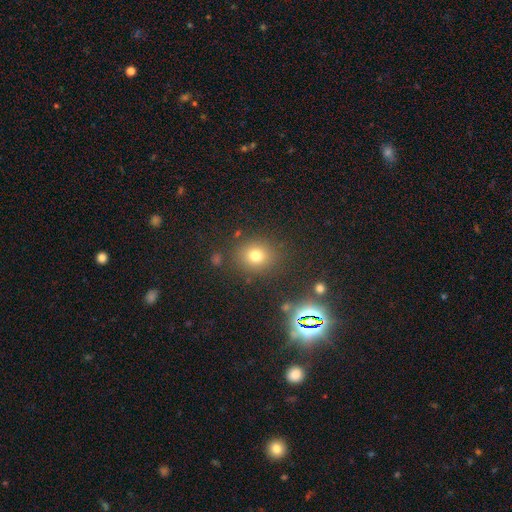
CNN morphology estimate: smooth 74%, star or artifact 18%, featured or disk 9%. Down the decision tree: how rounded — round (77%); merging — none (83%).